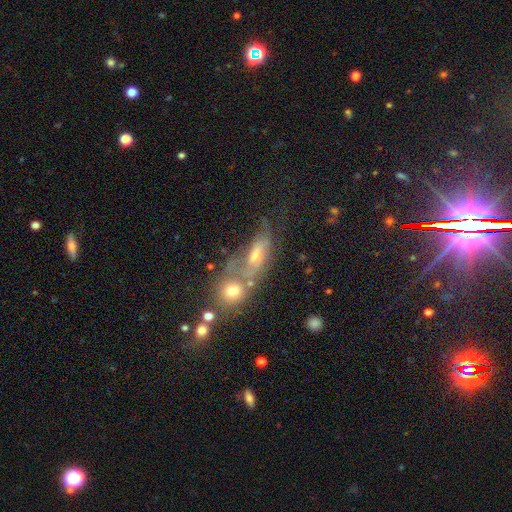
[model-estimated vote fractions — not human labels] smooth_or_featured: smooth (p=0.44) [alt: featured or disk p=0.38]
merging: merger (p=0.45) [alt: none p=0.29]